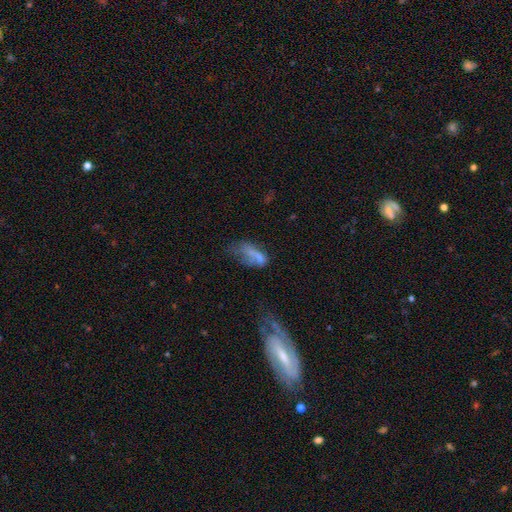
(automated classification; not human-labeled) A smooth galaxy with no disk features (57%) that is in between round and cigar-shaped (81%).

Vote fractions:
- Smooth or featured? smooth: 57% / featured or disk: 30% / star or artifact: 13%
- How rounded? in between: 81% / cigar-shaped: 15% / round: 4%
- Merging? major disturbance: 41% / none: 24% / minor disturbance: 23% / merger: 12%